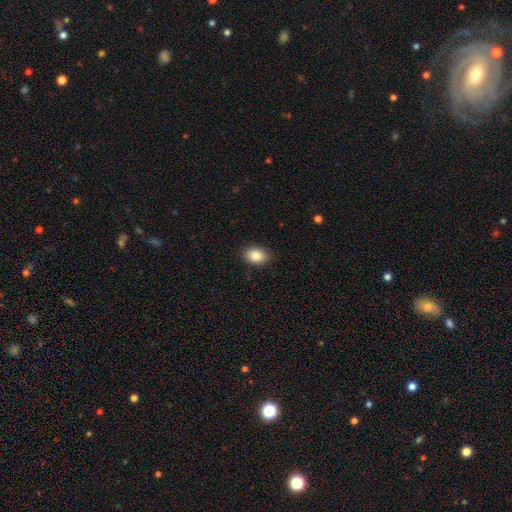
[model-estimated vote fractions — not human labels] smooth-or-featured: smooth: 87% | star or artifact: 8% | featured or disk: 5%
  how-rounded: in between: 77% | round: 22% | cigar-shaped: 1%
  merging: none: 87% | minor disturbance: 10% | major disturbance: 2% | merger: 1%